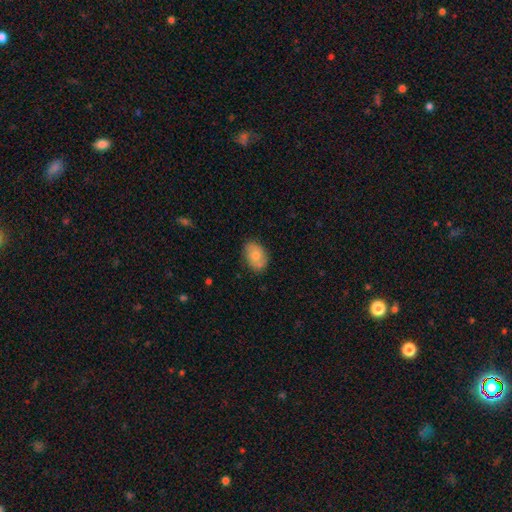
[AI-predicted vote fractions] Morphology: type=smooth (72%); roundness=in between (82%); merging=none (78%).